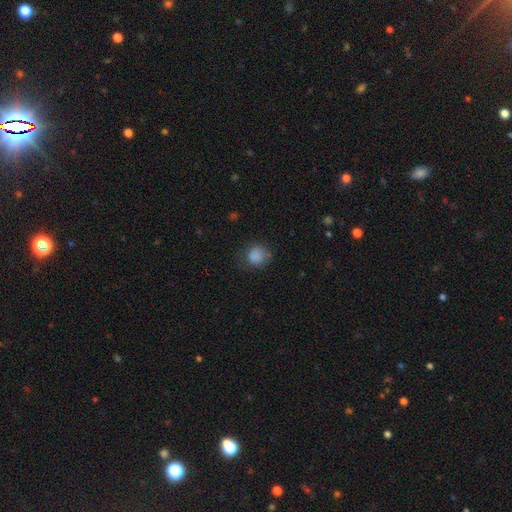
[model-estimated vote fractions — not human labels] A smooth galaxy with no disk features (85%) that is round (84%). Merging: none (71%).